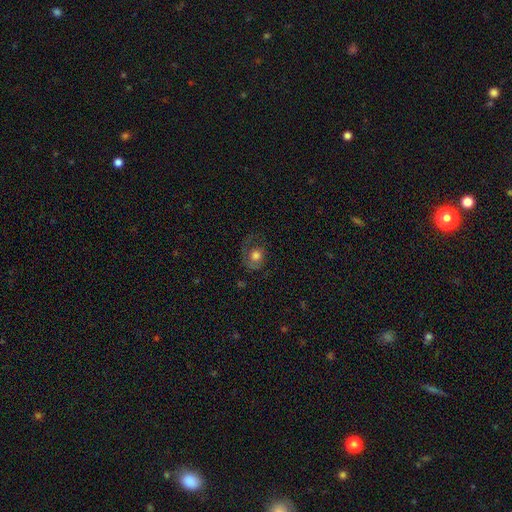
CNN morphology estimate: Smooth or featured? Predicted: smooth (p=0.52). How rounded? Predicted: round (p=0.65). Merging? Predicted: none (p=0.46).